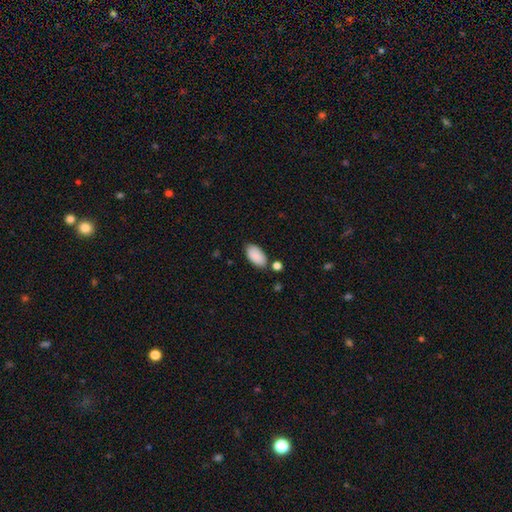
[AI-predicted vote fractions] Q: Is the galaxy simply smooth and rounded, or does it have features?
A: smooth — 90%.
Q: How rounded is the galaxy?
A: in between — 95%.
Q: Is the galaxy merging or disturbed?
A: none — 79%.